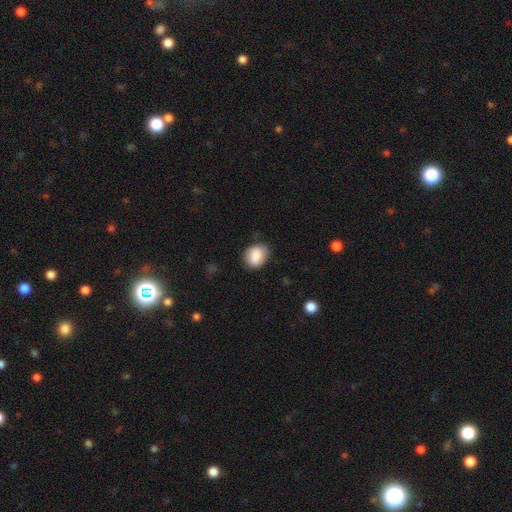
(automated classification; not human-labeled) Q: Smooth or featured?
A: smooth (85%); runner-up: featured or disk (8%)
Q: How rounded?
A: round (51%); runner-up: in between (48%)
Q: Merging?
A: none (78%); runner-up: minor disturbance (17%)